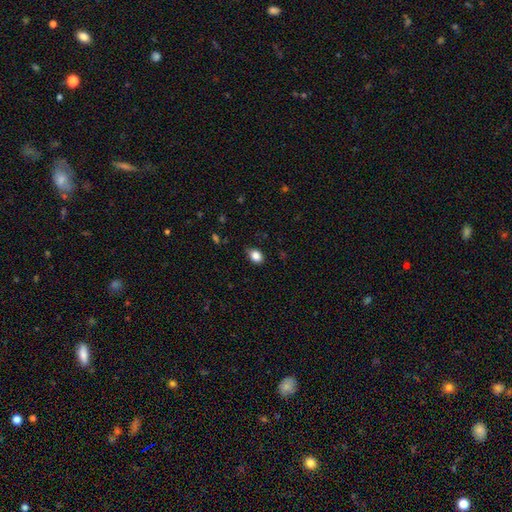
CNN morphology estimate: Smooth or featured?
  - smooth: 85% *
  - star or artifact: 10%
  - featured or disk: 5%
How rounded?
  - in between: 63% *
  - round: 36%
  - cigar-shaped: 1%
Merging?
  - none: 74% *
  - minor disturbance: 22%
  - major disturbance: 4%
  - merger: 1%